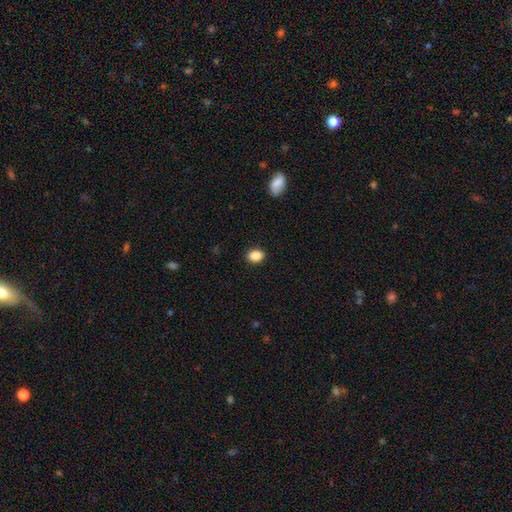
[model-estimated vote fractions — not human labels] Morphology: type=smooth (87%); roundness=in between (68%); merging=none (90%).